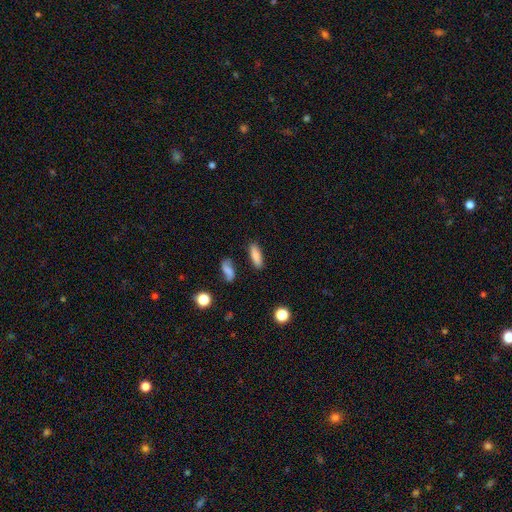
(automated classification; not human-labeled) smooth_or_featured: smooth (p=0.80) [alt: featured or disk p=0.12]
how_rounded: in between (p=0.52) [alt: cigar-shaped p=0.45]
merging: none (p=0.83) [alt: minor disturbance p=0.11]